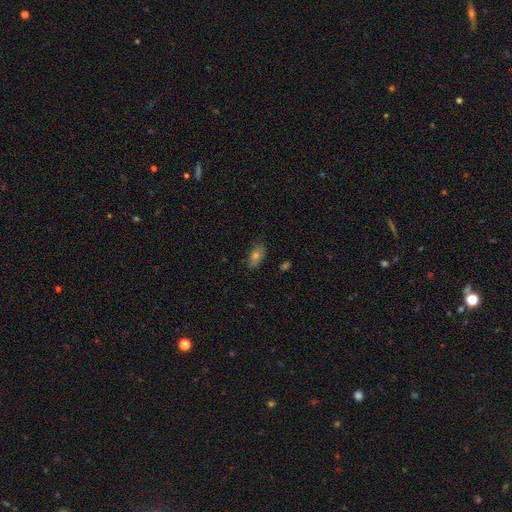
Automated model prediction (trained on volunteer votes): Smooth or featured? smooth (60%)
How rounded? in between (86%)
Merging? none (80%)